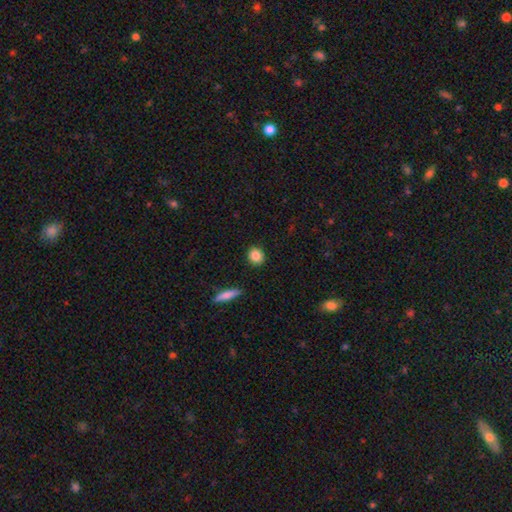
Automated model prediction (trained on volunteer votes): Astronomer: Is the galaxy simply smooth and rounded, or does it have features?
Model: smooth — 85%.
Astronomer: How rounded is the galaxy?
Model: round — 79%.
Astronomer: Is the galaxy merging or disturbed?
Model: none — 91%.